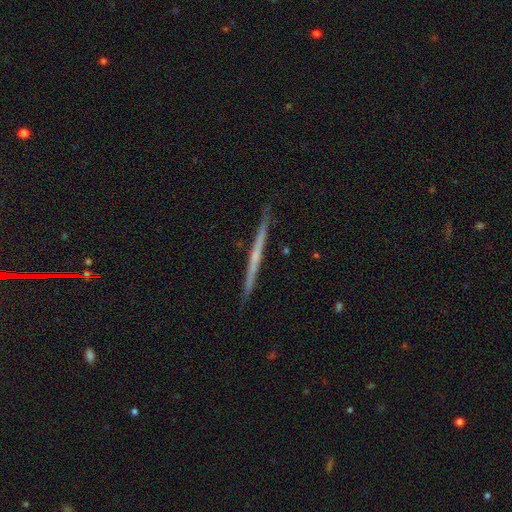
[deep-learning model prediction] Q: Smooth or featured?
A: featured or disk (65%); runner-up: smooth (29%)
Q: Edge-on disk?
A: yes (98%); runner-up: no (2%)
Q: Edge-on bulge?
A: none (77%); runner-up: rounded (18%)
Q: Merging?
A: none (91%); runner-up: minor disturbance (6%)